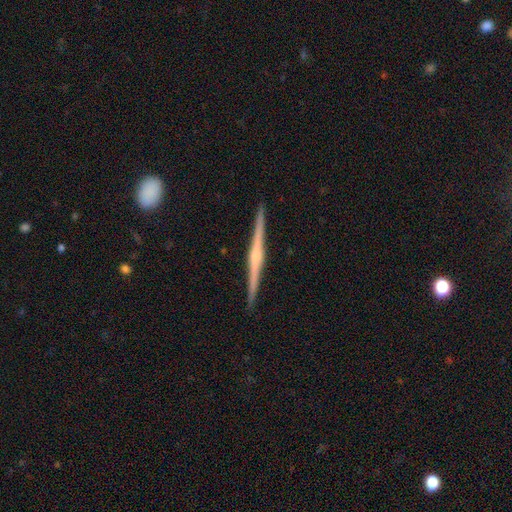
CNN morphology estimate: featured or disk 80%, smooth 15%, star or artifact 5%. Down the decision tree: edge-on disk — yes (99%); edge-on bulge — rounded (63%); merging — none (93%).